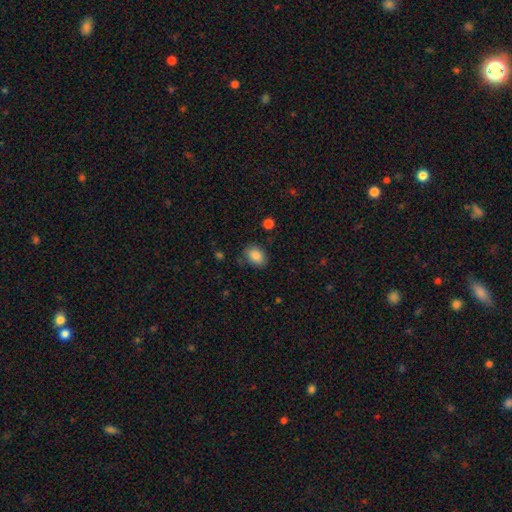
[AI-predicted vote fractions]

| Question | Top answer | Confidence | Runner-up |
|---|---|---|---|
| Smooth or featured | smooth | 87% | star or artifact (8%) |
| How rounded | in between | 76% | round (23%) |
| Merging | none | 78% | minor disturbance (16%) |